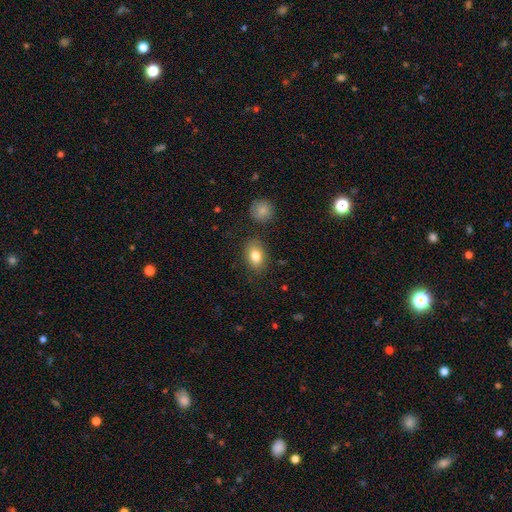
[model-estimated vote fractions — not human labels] smooth-or-featured: smooth: 81% | featured or disk: 10% | star or artifact: 8%
  how-rounded: in between: 78% | round: 20% | cigar-shaped: 1%
  merging: none: 80% | minor disturbance: 13% | major disturbance: 4% | merger: 3%